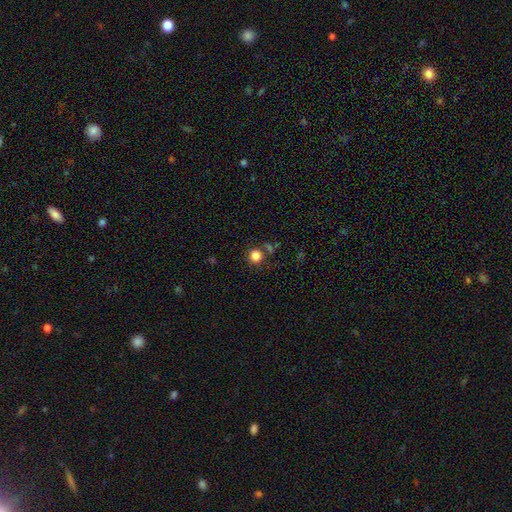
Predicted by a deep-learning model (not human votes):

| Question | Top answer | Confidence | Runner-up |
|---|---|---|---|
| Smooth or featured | smooth | 83% | star or artifact (12%) |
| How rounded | round | 91% | in between (8%) |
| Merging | none | 76% | minor disturbance (11%) |